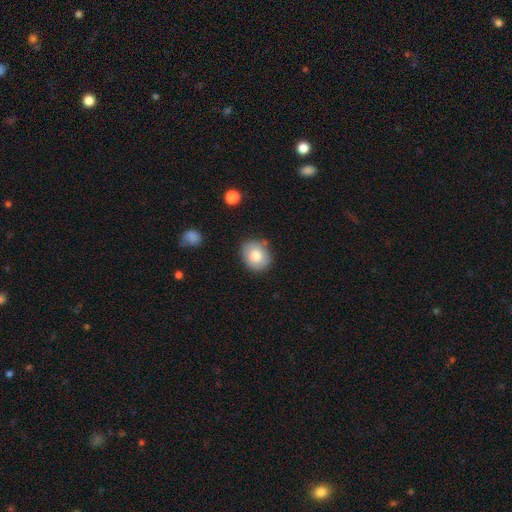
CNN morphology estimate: Smooth or featured? Predicted: smooth (p=0.77). How rounded? Predicted: round (p=0.65). Merging? Predicted: none (p=0.79).